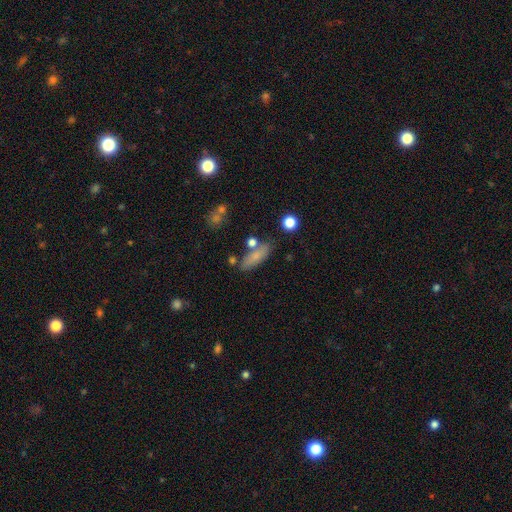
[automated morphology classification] This appears to be a smooth galaxy with no disk features (74%) that is in between round and cigar-shaped (52%). Merging: none (71%).